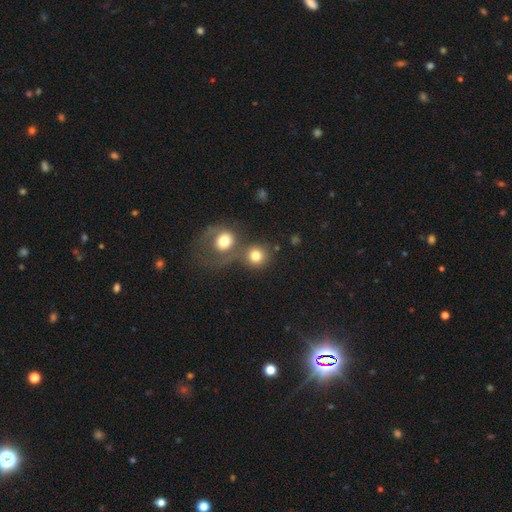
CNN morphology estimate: Smooth or featured?
  - smooth: 78% *
  - featured or disk: 11%
  - star or artifact: 11%
How rounded?
  - round: 87% *
  - in between: 12%
  - cigar-shaped: 1%
Merging?
  - none: 50% *
  - merger: 36%
  - minor disturbance: 8%
  - major disturbance: 6%